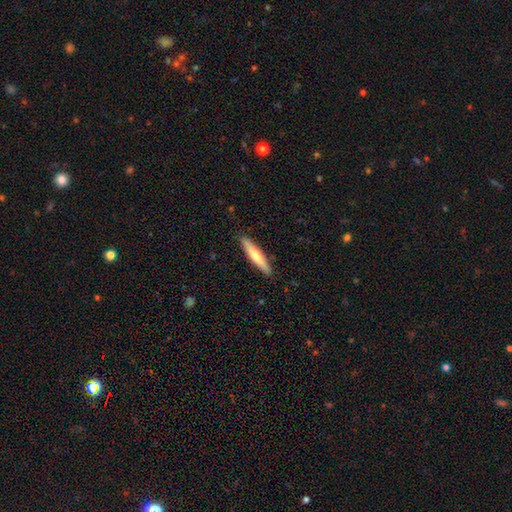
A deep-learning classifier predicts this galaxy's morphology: This appears to be a smooth galaxy with no disk features (63%) that is cigar-shaped (88%). Merging: none (90%).